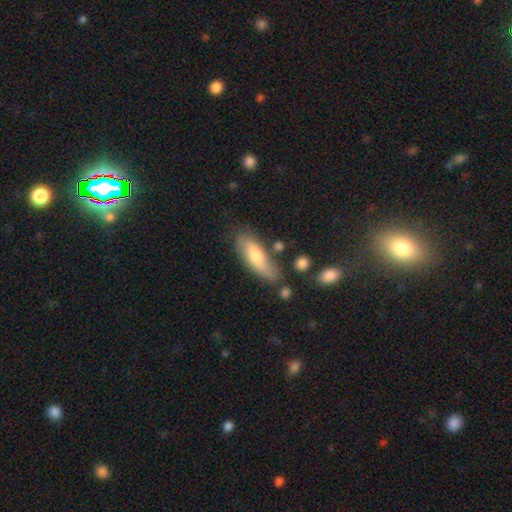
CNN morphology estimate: A smooth galaxy with no disk features (67%) that is in between round and cigar-shaped (54%).

Vote fractions:
- Smooth or featured? smooth: 67% / featured or disk: 27% / star or artifact: 6%
- How rounded? in between: 54% / cigar-shaped: 44% / round: 2%
- Merging? none: 69% / minor disturbance: 20% / merger: 6% / major disturbance: 5%